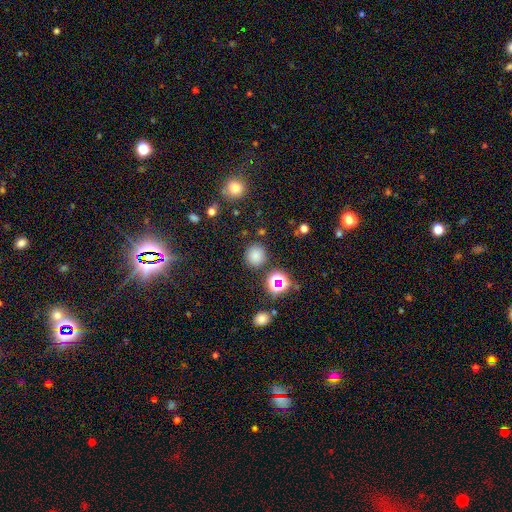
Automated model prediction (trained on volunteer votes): Q: Smooth or featured?
A: smooth (76%); runner-up: star or artifact (19%)
Q: How rounded?
A: round (90%); runner-up: in between (9%)
Q: Merging?
A: none (85%); runner-up: minor disturbance (8%)